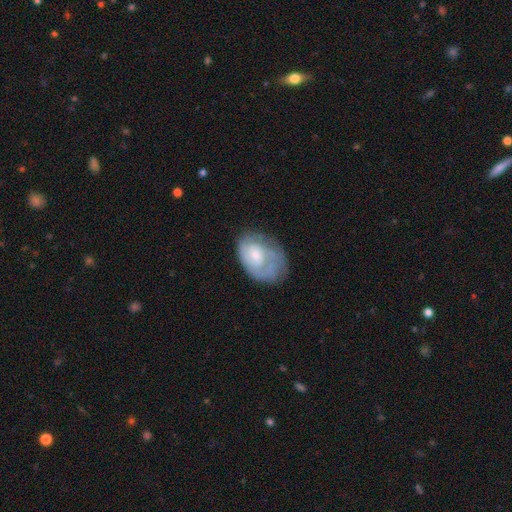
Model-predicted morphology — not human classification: The model was most divided on "smooth or featured": featured or disk: 51%, smooth: 42%, star or artifact: 7%. Remaining: edge-on disk — no (96%); merging — none (49%).